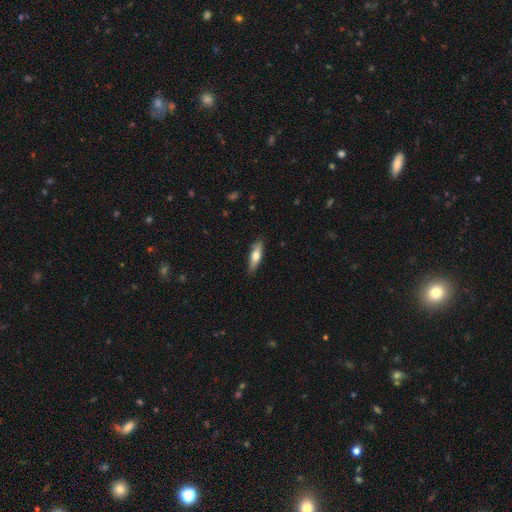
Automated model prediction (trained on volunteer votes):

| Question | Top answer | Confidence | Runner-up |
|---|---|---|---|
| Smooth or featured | smooth | 60% | featured or disk (34%) |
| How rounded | cigar-shaped | 67% | in between (31%) |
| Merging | none | 85% | minor disturbance (12%) |